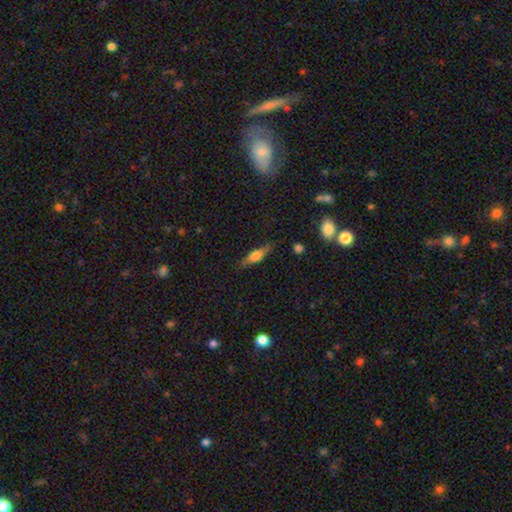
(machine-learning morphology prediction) This is possibly a smooth galaxy (50%). Merging: likely none (80%).